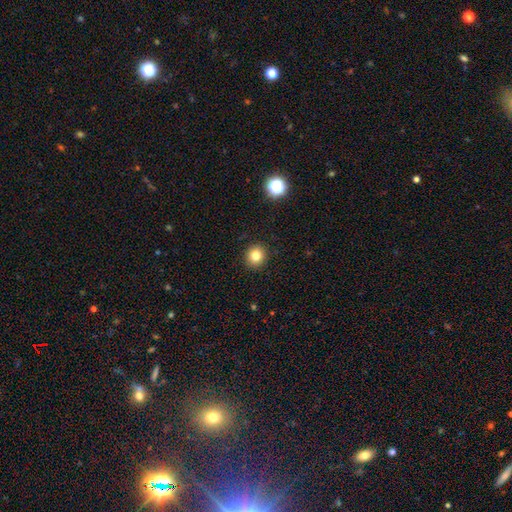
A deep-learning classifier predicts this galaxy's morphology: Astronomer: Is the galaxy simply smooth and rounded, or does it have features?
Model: smooth — 81%.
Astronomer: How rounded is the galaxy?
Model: round — 86%.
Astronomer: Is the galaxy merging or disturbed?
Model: none — 91%.